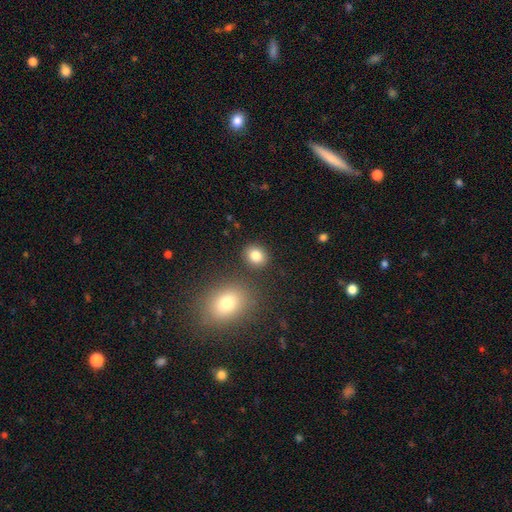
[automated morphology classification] Smooth or featured?
  - smooth: 83% *
  - star or artifact: 10%
  - featured or disk: 7%
How rounded?
  - round: 66% *
  - in between: 33%
  - cigar-shaped: 1%
Merging?
  - none: 83% *
  - minor disturbance: 8%
  - merger: 6%
  - major disturbance: 3%